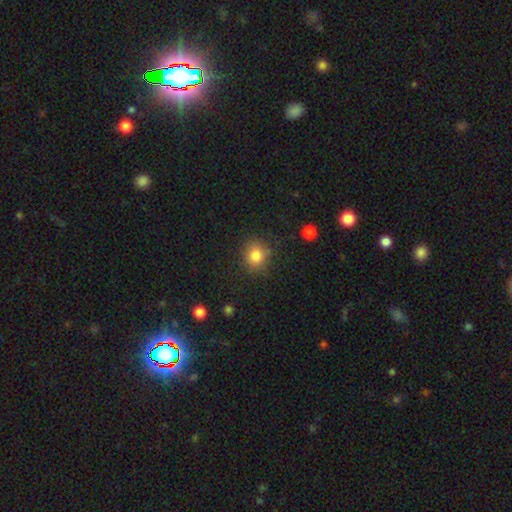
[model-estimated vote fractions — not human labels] This appears to be a smooth galaxy with no disk features (82%) that is round (77%). Merging: none (82%).